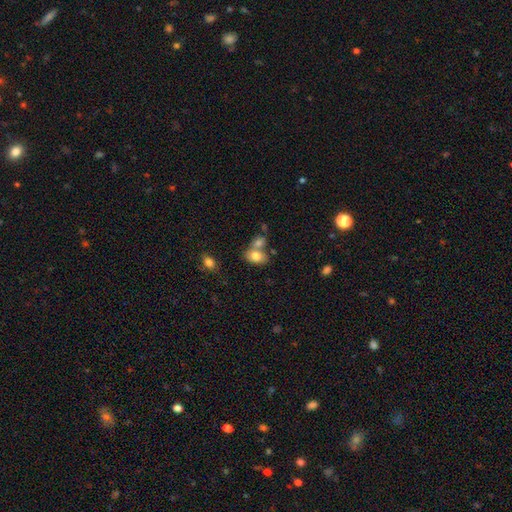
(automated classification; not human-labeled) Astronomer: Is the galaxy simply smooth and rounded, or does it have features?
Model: smooth — 79%.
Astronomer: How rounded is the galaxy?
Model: in between — 79%.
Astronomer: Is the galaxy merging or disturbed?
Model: merger — 44% (runner-up: none, 40%).